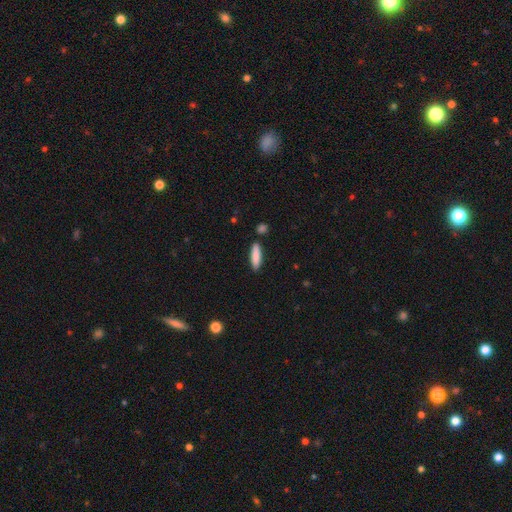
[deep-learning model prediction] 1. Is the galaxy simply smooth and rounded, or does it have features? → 86% smooth, 8% featured or disk, 6% star or artifact.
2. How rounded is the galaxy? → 73% cigar-shaped, 25% in between, 2% round.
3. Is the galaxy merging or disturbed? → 85% none, 9% minor disturbance, 4% merger, 2% major disturbance.